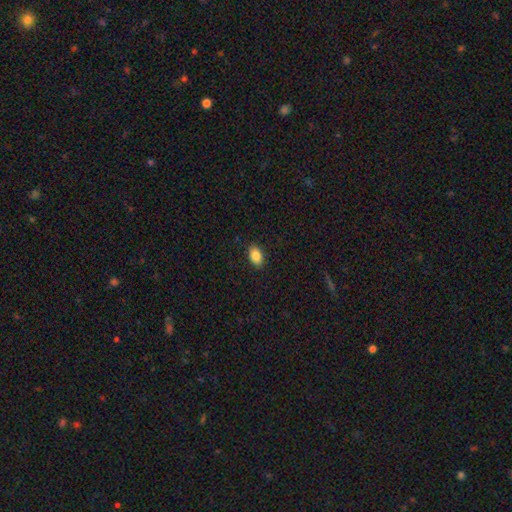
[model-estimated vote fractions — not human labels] The model was most divided on "smooth or featured": smooth: 85%, star or artifact: 8%, featured or disk: 7%. More confident: how rounded — in between (90%); merging — none (89%).